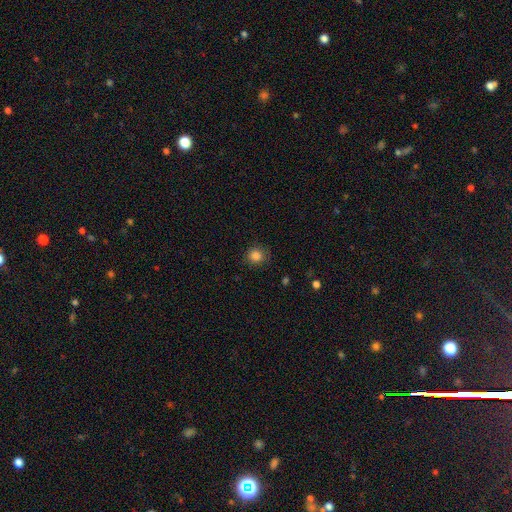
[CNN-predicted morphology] Smooth or featured?
  - smooth: 85% *
  - star or artifact: 12%
  - featured or disk: 4%
How rounded?
  - round: 88% *
  - in between: 11%
  - cigar-shaped: 1%
Merging?
  - none: 84% *
  - minor disturbance: 11%
  - major disturbance: 3%
  - merger: 1%